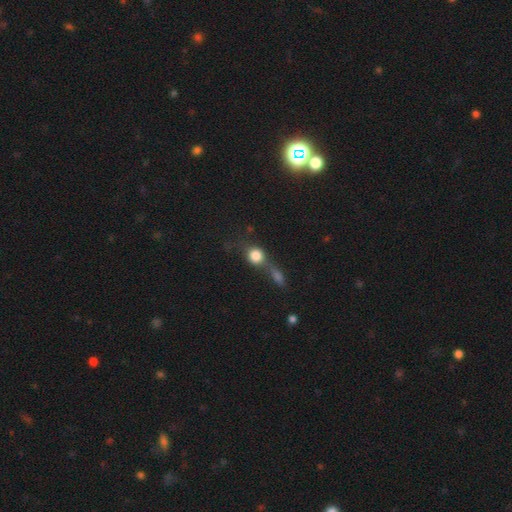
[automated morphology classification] A smooth galaxy with no disk features (75%) that is round (74%).

Vote fractions:
- Smooth or featured? smooth: 75% / featured or disk: 14% / star or artifact: 11%
- How rounded? round: 74% / in between: 23% / cigar-shaped: 3%
- Merging? merger: 47% / none: 30% / minor disturbance: 12% / major disturbance: 12%